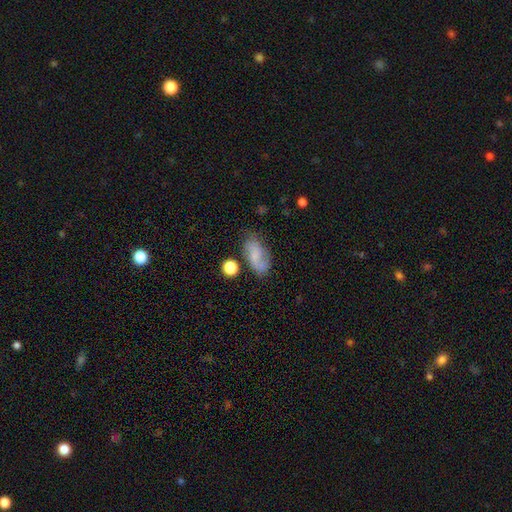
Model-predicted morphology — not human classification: smooth-or-featured: smooth: 48% | featured or disk: 42% | star or artifact: 10%
  merging: none: 60% | minor disturbance: 23% | major disturbance: 9% | merger: 7%